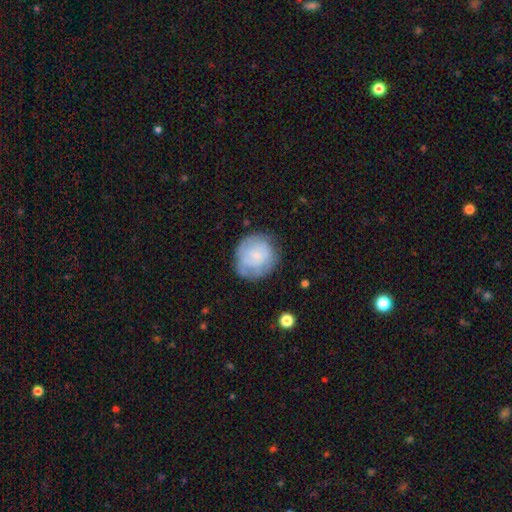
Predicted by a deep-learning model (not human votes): Smooth or featured: smooth — 51% (featured or disk — 41%)
How rounded: round — 84% (in between — 15%)
Merging: none — 68% (minor disturbance — 21%)